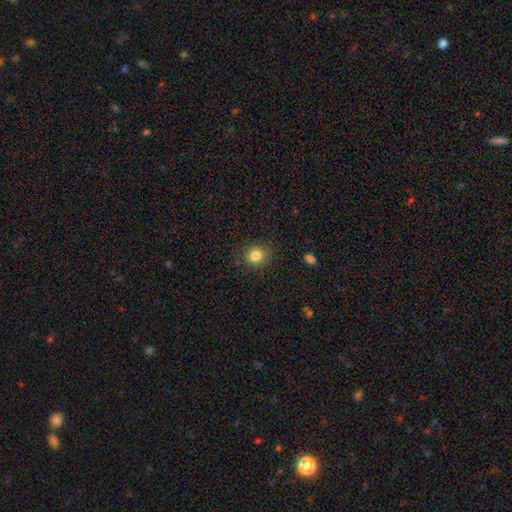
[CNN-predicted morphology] smooth_or_featured: smooth (p=0.82) [alt: star or artifact p=0.12]
how_rounded: round (p=0.80) [alt: in between p=0.19]
merging: none (p=0.85) [alt: minor disturbance p=0.10]